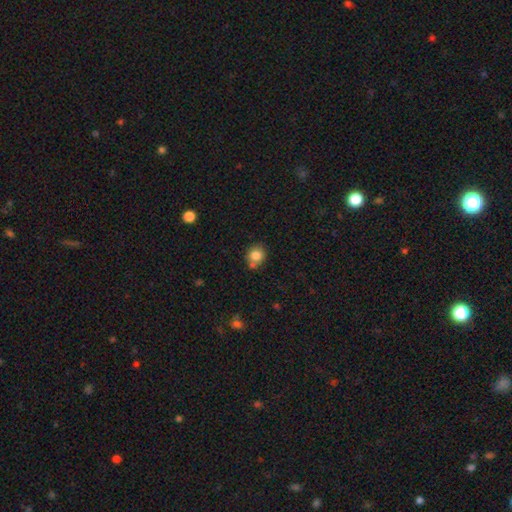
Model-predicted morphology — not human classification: This appears to be a smooth galaxy with no disk features (81%) that is round (75%). Merging: none (63%).